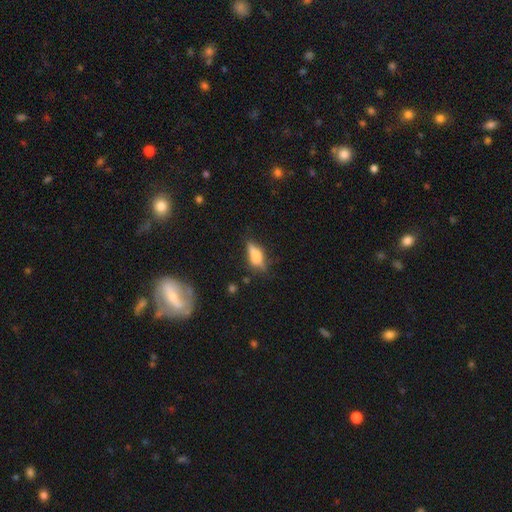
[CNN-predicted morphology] A smooth galaxy with no disk features (57%) that is in between round and cigar-shaped (66%). Merging: none (61%).